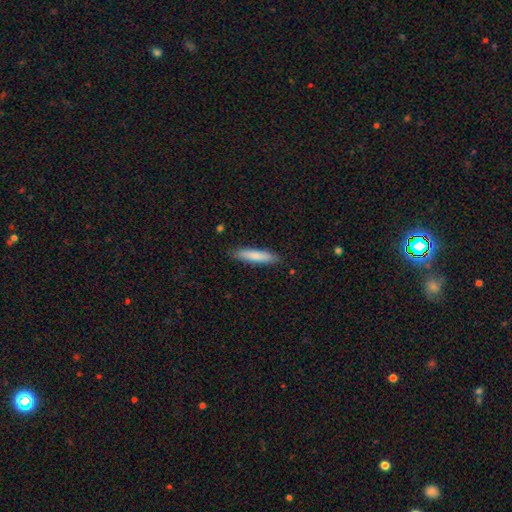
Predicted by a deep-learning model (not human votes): smooth 79%, featured or disk 16%, star or artifact 5%. Down the decision tree: how rounded — cigar-shaped (86%); merging — none (87%).